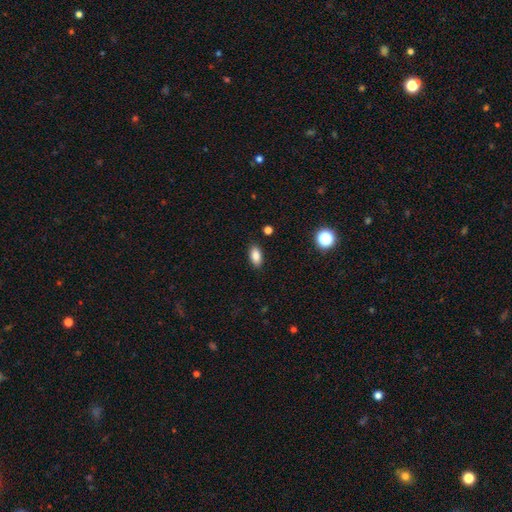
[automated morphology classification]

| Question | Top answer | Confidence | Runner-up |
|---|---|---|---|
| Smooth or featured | smooth | 85% | star or artifact (9%) |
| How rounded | in between | 90% | round (5%) |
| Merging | none | 88% | minor disturbance (9%) |